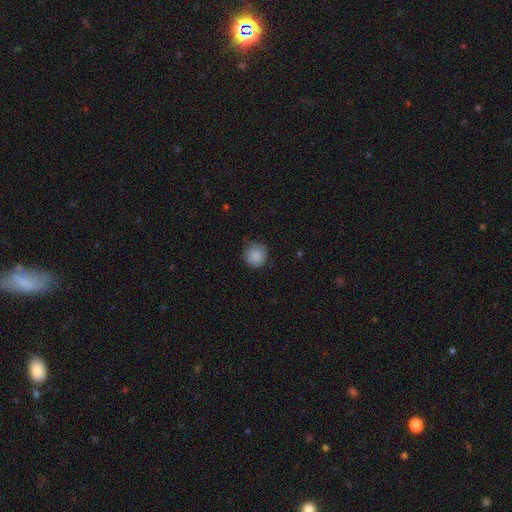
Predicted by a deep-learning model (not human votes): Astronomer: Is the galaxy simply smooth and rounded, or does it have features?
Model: smooth — 87%.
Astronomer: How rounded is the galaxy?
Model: round — 92%.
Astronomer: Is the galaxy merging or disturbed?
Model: none — 79%.